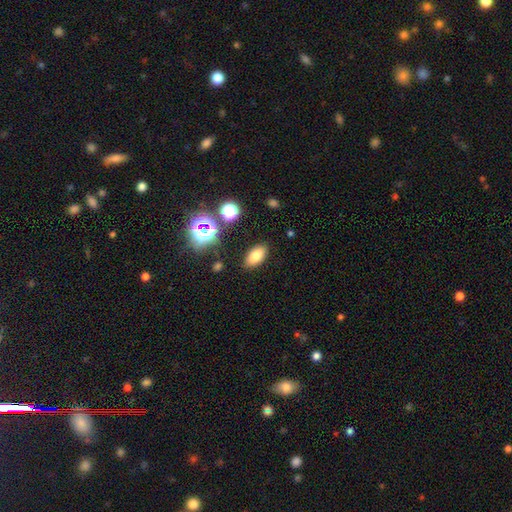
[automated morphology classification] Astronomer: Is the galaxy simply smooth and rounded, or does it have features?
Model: smooth — 75%.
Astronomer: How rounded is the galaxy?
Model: in between — 89%.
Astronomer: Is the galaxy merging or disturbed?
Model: none — 87%.